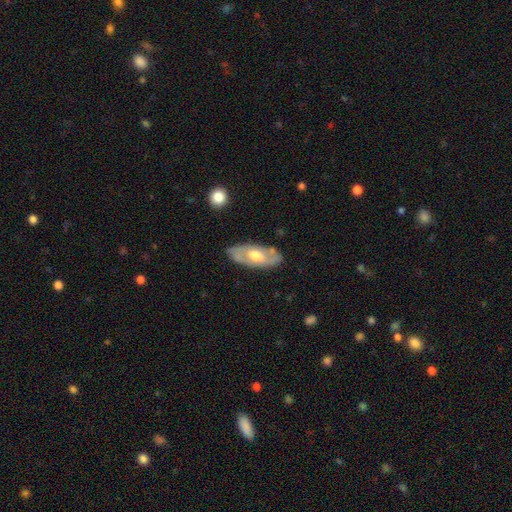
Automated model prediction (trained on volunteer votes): Smooth or featured? featured or disk (59%)
Edge-on disk? no (81%)
Merging? none (80%)